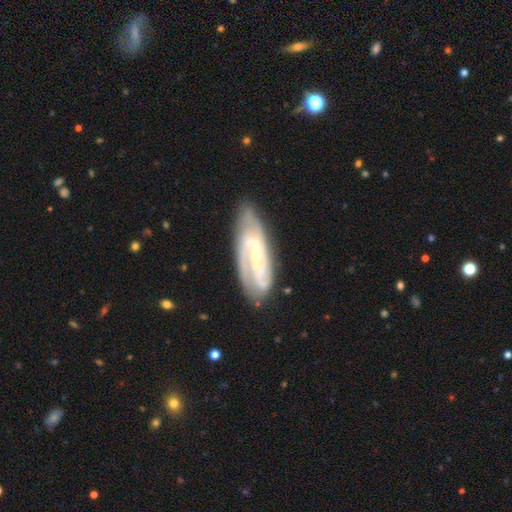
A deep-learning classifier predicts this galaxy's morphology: Smooth or featured: featured or disk — 84% (smooth — 10%)
Edge-on disk: no — 91% (yes — 9%)
Bar: weak — 39% (no — 35%)
Spiral arms: yes — 96% (no — 4%)
Spiral winding: tight — 49% (medium — 40%)
Spiral arm count: 2 — 56% (can't tell — 18%)
Bulge size: small — 72% (moderate — 19%)
Merging: none — 74% (minor disturbance — 18%)